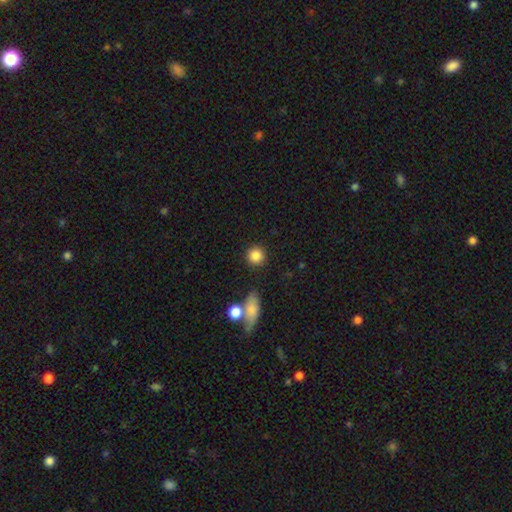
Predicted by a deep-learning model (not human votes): A smooth galaxy with no disk features (86%) that is round (91%). Merging: none (85%).